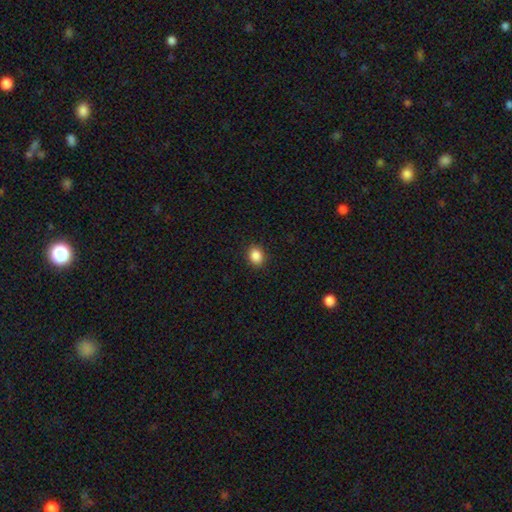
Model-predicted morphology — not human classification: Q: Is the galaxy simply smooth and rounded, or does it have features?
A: smooth — 87%.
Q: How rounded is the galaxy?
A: round — 53%.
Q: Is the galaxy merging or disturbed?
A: none — 90%.